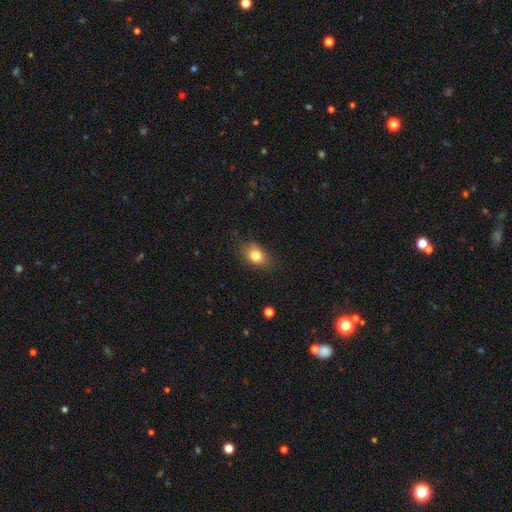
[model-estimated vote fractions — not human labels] Overall: smooth (80%). How rounded: in between (66%; round 32%). Merging: none (74%).